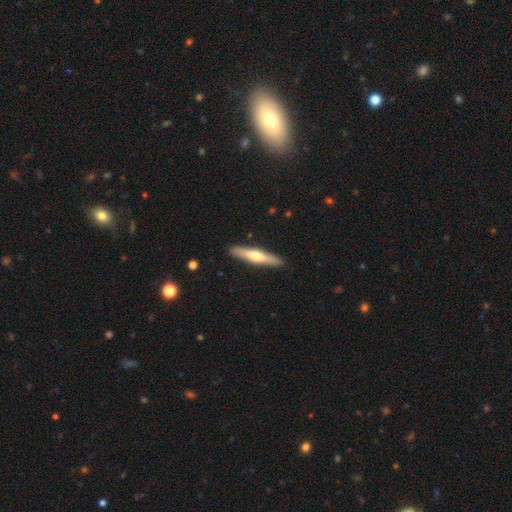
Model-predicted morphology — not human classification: A smooth galaxy with no disk features (48%). Merging: none (91%).